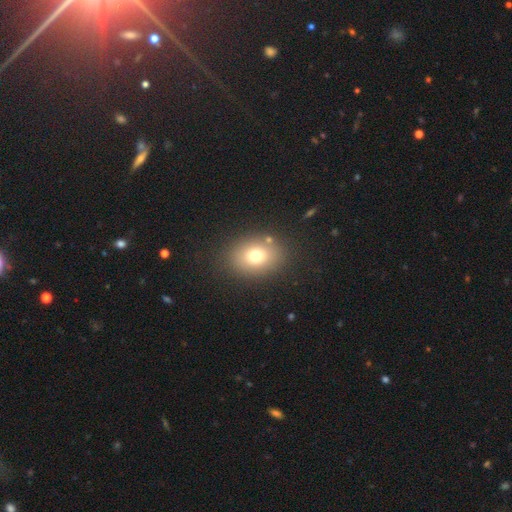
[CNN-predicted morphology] A smooth galaxy with no disk features (75%) that is in between round and cigar-shaped (62%).

Vote fractions:
- Smooth or featured? smooth: 75% / featured or disk: 13% / star or artifact: 12%
- How rounded? in between: 62% / round: 37% / cigar-shaped: 1%
- Merging? none: 83% / minor disturbance: 10% / major disturbance: 4% / merger: 4%